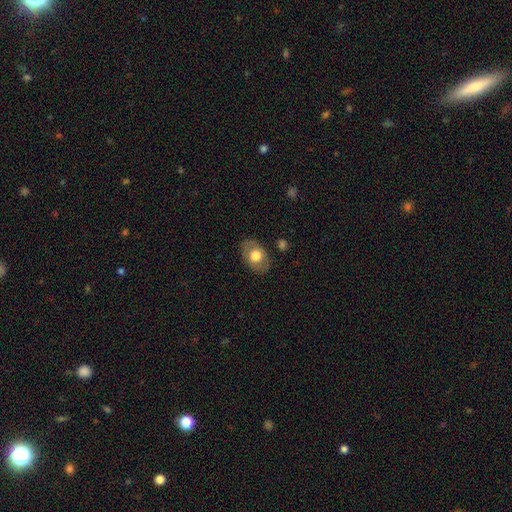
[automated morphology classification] This appears to be a smooth galaxy with no disk features (62%) that is in between round and cigar-shaped (77%). Merging: none (82%).